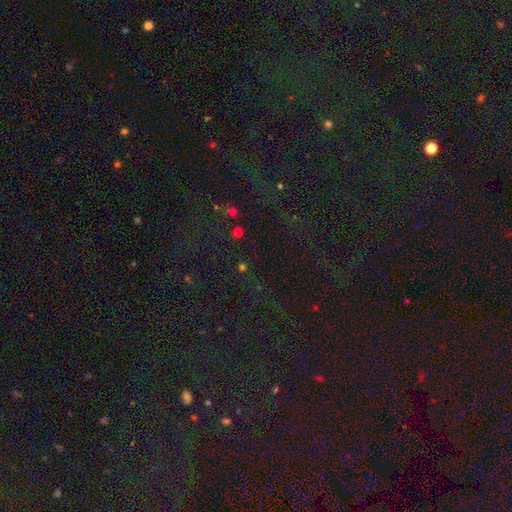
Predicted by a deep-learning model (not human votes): smooth-or-featured: star or artifact: 53% | smooth: 41% | featured or disk: 6%